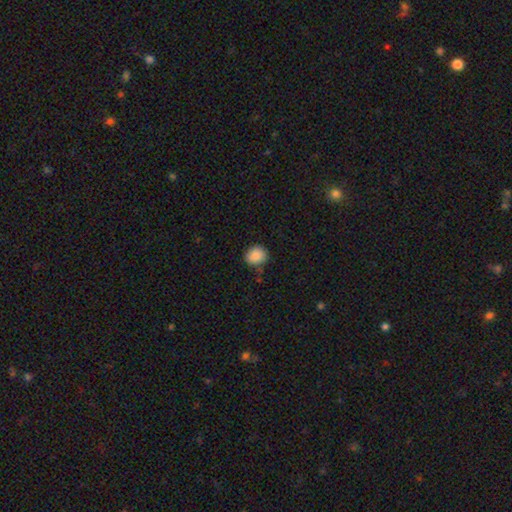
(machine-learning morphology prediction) Smooth or featured? Predicted: smooth (p=0.88). How rounded? Predicted: round (p=0.72). Merging? Predicted: none (p=0.77).